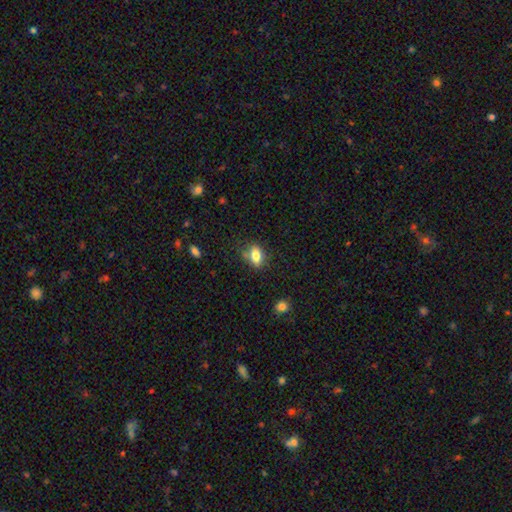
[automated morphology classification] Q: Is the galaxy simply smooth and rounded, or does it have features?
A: smooth — 80%.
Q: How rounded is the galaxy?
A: in between — 80%.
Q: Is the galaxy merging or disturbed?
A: none — 70%.